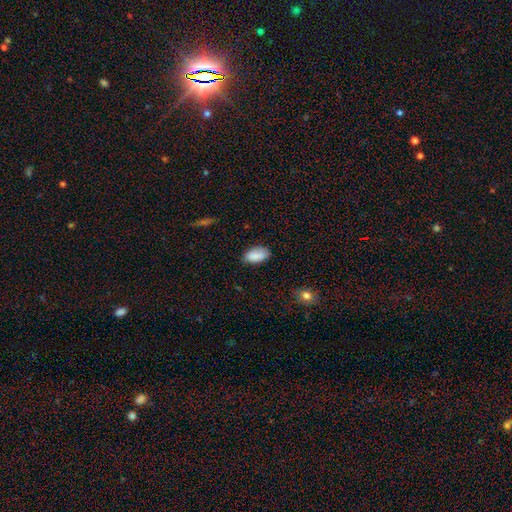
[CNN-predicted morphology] smooth-or-featured: smooth: 87% | star or artifact: 7% | featured or disk: 6%
  how-rounded: in between: 94% | round: 3% | cigar-shaped: 3%
  merging: none: 77% | minor disturbance: 18% | major disturbance: 3% | merger: 1%